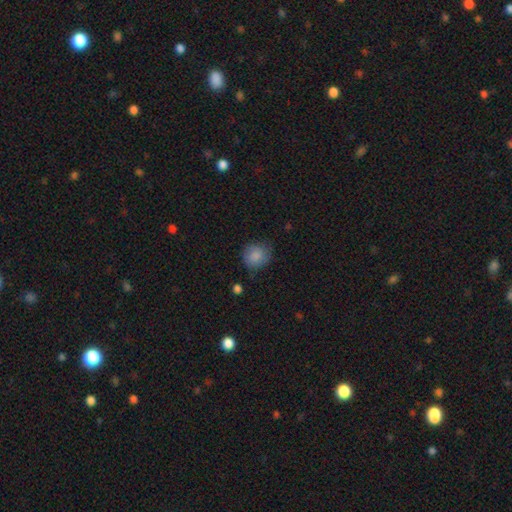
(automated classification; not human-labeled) Smooth or featured? Predicted: smooth (p=0.84). How rounded? Predicted: round (p=0.80). Merging? Predicted: none (p=0.71).